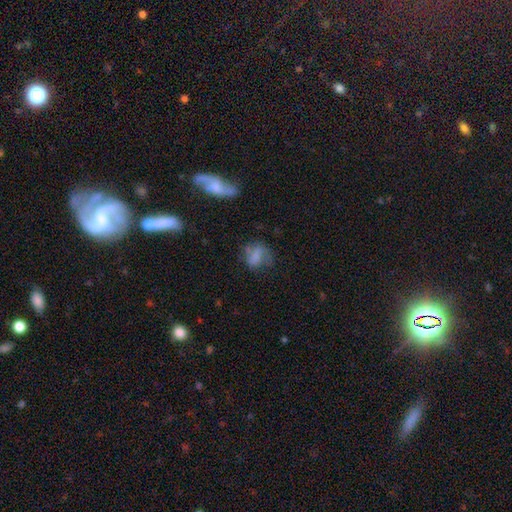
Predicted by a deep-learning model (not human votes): A smooth galaxy with no disk features (62%) that is in between round and cigar-shaped (49%, tied with round).

Vote fractions:
- Smooth or featured? smooth: 62% / featured or disk: 26% / star or artifact: 12%
- How rounded? in between: 49% (tied) / round: 49% (tied) / cigar-shaped: 2%
- Merging? none: 48% / minor disturbance: 27% / major disturbance: 20% / merger: 5%